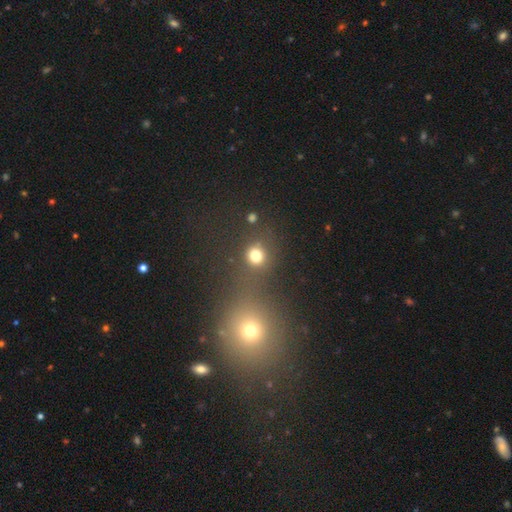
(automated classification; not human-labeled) This appears to be a smooth galaxy with no disk features (76%) that is round (83%). Merging: none (66%).